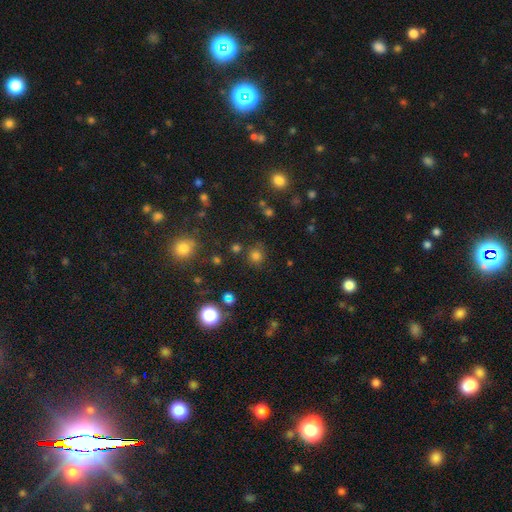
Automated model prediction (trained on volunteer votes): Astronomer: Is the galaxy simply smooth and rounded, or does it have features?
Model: smooth — 70%.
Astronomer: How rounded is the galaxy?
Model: round — 88%.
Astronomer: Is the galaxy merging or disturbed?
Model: none — 80%.